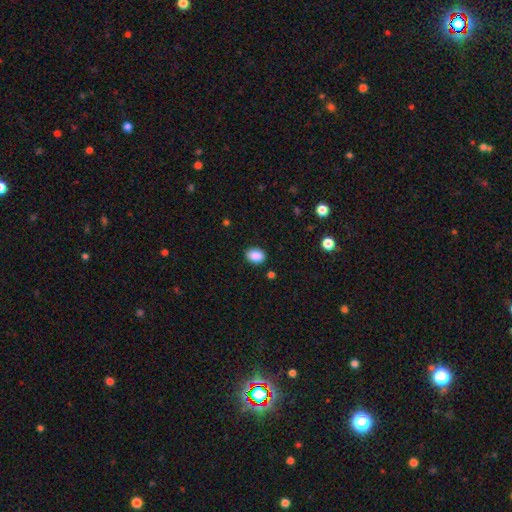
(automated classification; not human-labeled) The model was most divided on "how rounded": in between: 72%, round: 27%, cigar-shaped: 1%. More confident: smooth or featured — smooth (88%); merging — none (88%).